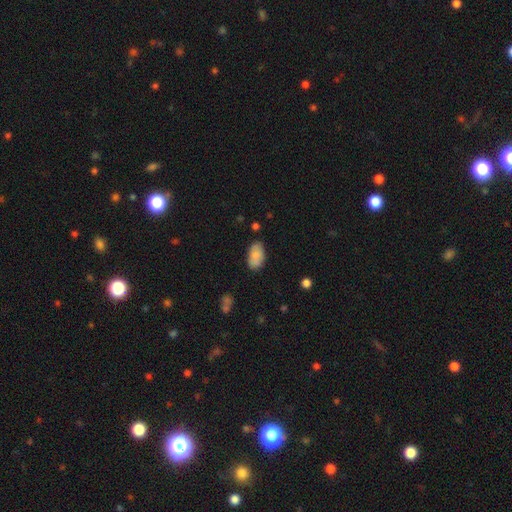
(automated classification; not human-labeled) This is clearly a smooth galaxy (83%). How rounded: clearly in between (94%). Merging: likely none (77%).